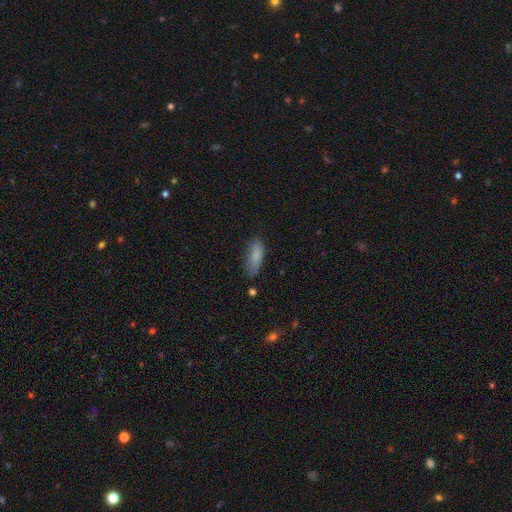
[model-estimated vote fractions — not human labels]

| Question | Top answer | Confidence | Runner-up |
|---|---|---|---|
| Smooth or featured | smooth | 84% | featured or disk (10%) |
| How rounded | in between | 73% | cigar-shaped (25%) |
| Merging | none | 73% | minor disturbance (21%) |